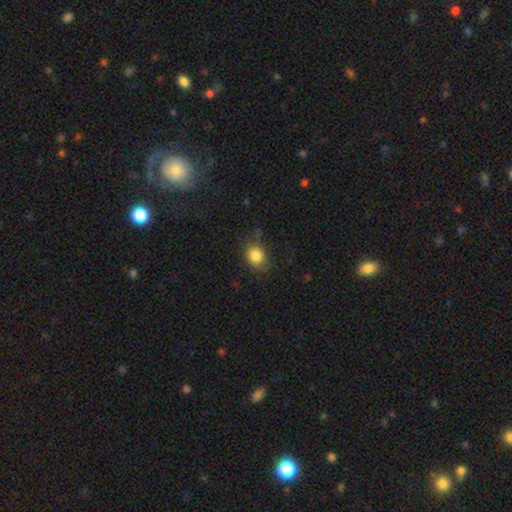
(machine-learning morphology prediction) A smooth galaxy with no disk features (84%) that is round (65%). Merging: none (74%).